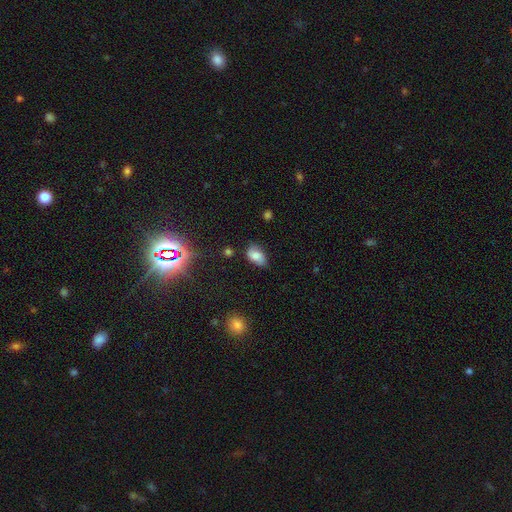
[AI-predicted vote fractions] A smooth galaxy with no disk features (72%) that is in between round and cigar-shaped (91%).

Vote fractions:
- Smooth or featured? smooth: 72% / featured or disk: 16% / star or artifact: 11%
- How rounded? in between: 91% / round: 7% / cigar-shaped: 2%
- Merging? none: 67% / minor disturbance: 25% / major disturbance: 6% / merger: 3%